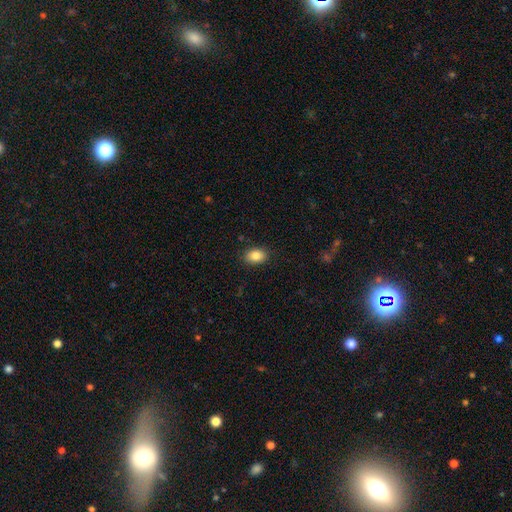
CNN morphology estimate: smooth 86%, star or artifact 8%, featured or disk 5%. Down the decision tree: how rounded — in between (81%); merging — none (87%).